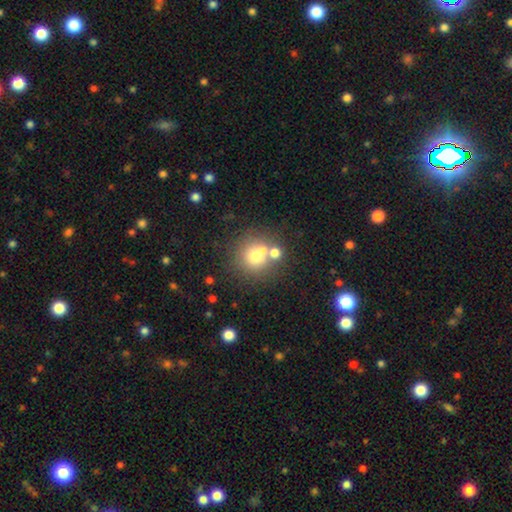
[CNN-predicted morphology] smooth-or-featured: smooth: 66% | featured or disk: 18% | star or artifact: 16%
  how-rounded: round: 91% | in between: 8% | cigar-shaped: 1%
  merging: none: 57% | merger: 31% | minor disturbance: 8% | major disturbance: 4%